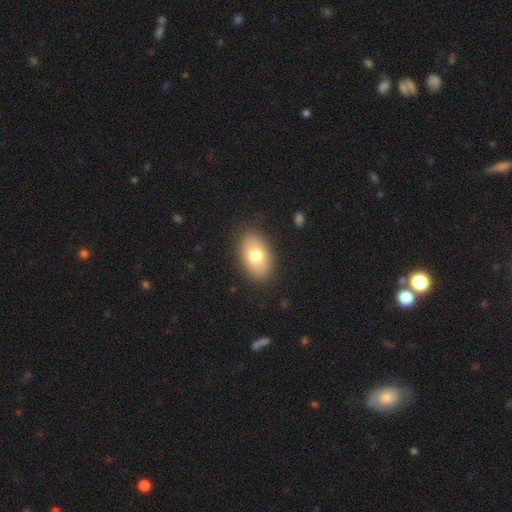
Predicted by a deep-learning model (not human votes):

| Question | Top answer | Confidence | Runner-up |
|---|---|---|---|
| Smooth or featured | smooth | 75% | featured or disk (18%) |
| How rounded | in between | 89% | round (9%) |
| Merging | none | 86% | minor disturbance (10%) |